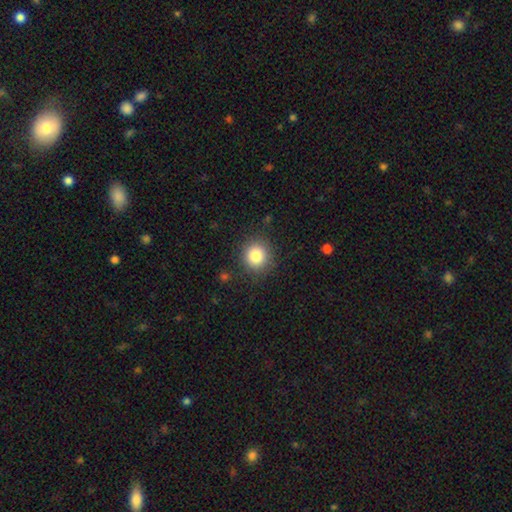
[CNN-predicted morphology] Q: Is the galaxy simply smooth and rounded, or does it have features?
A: smooth — 84%.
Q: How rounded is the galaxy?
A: round — 91%.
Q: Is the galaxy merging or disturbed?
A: none — 87%.